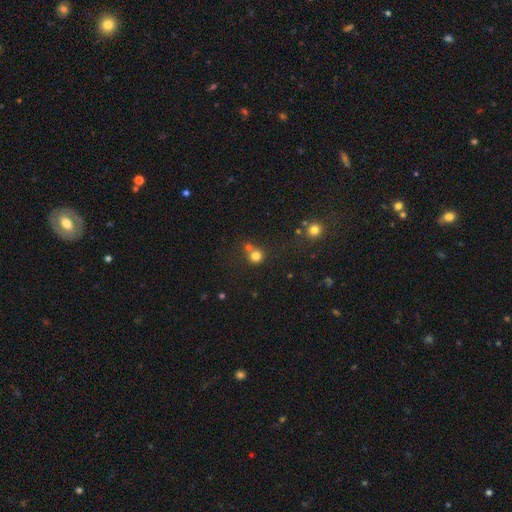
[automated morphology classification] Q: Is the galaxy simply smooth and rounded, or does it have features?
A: smooth — 77%.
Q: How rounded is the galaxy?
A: round — 90%.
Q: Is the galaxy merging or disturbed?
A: none — 58%.